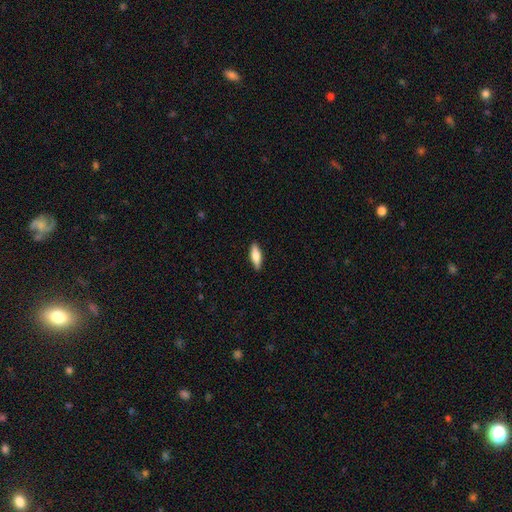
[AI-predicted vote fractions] Smooth or featured? smooth (72%)
How rounded? in between (55%)
Merging? none (89%)